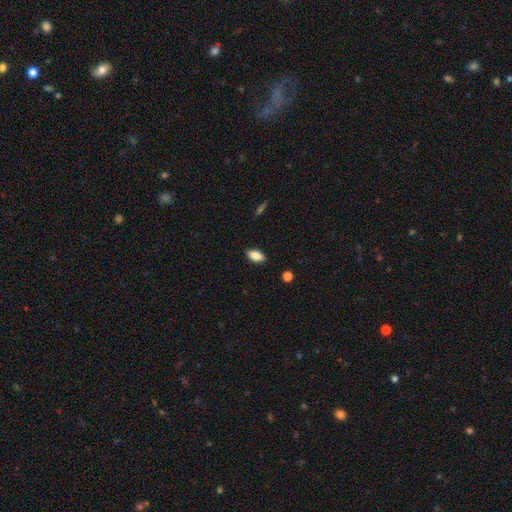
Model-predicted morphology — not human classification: smooth_or_featured: smooth (p=0.86) [alt: star or artifact p=0.07]
how_rounded: in between (p=0.91) [alt: cigar-shaped p=0.06]
merging: none (p=0.89) [alt: minor disturbance p=0.08]